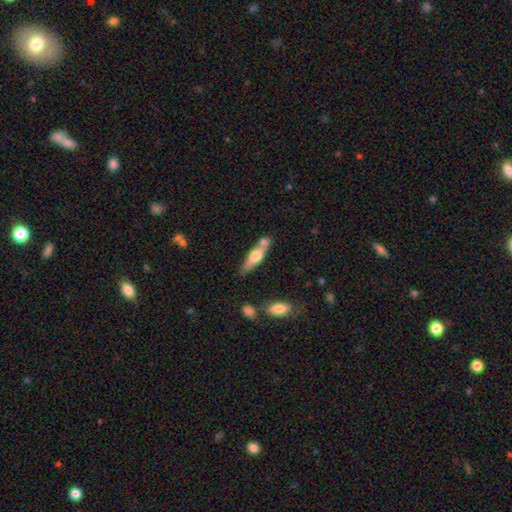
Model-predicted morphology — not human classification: Overall: smooth (49%; featured or disk 45%). Merging: none (58%; merger 23%).